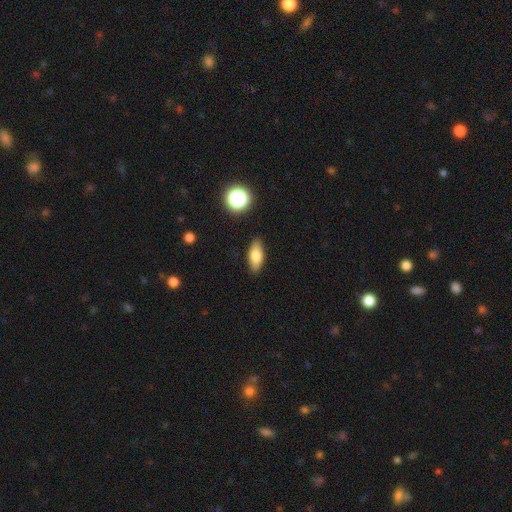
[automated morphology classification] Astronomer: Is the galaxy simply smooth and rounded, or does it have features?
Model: smooth — 77%.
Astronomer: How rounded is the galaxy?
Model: in between — 78%.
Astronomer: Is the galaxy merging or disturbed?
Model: none — 86%.